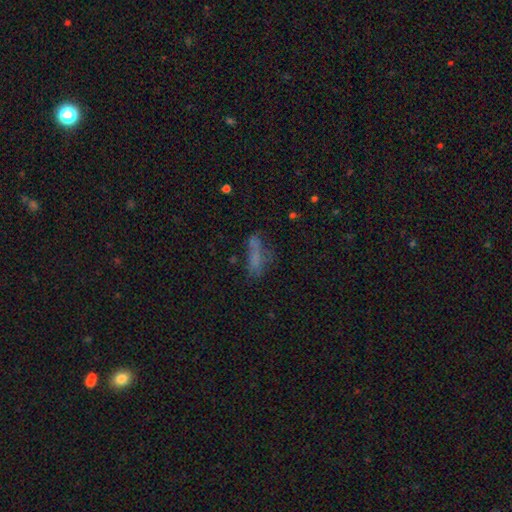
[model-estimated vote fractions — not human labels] This appears to be a smooth galaxy with no disk features (59%) that is cigar-shaped (49%). Merging: none (45%).